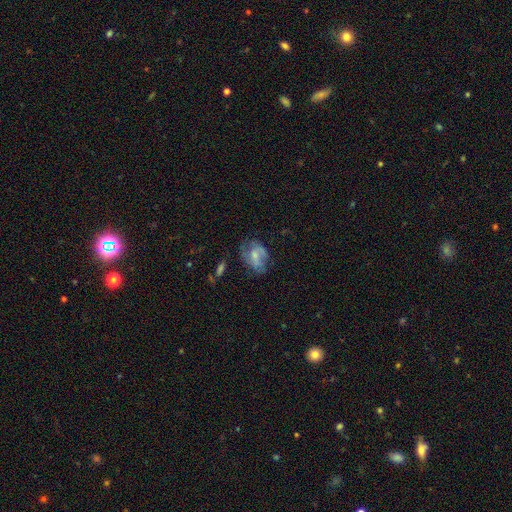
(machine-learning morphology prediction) Smooth or featured?
  - featured or disk: 48% *
  - smooth: 43%
  - star or artifact: 9%
Merging?
  - none: 45% *
  - minor disturbance: 29%
  - major disturbance: 24%
  - merger: 3%